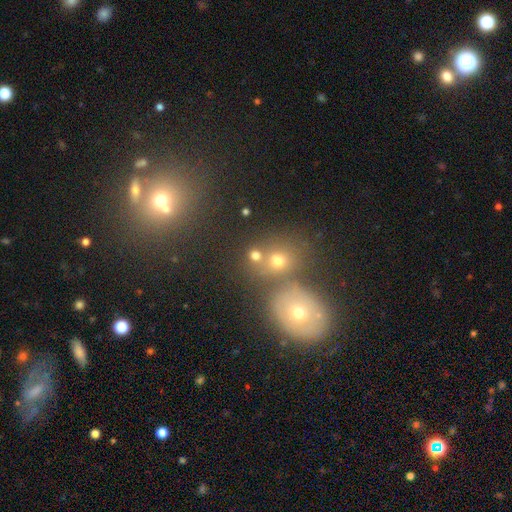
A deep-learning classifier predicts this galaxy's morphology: This is likely a smooth galaxy (69%). How rounded: likely round (79%). Merging: possibly none (56%).